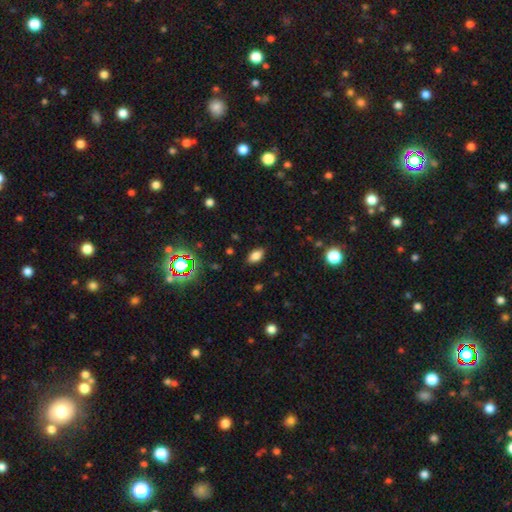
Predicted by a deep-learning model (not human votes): smooth 81%, star or artifact 13%, featured or disk 6%. Down the decision tree: how rounded — in between (91%); merging — none (87%).